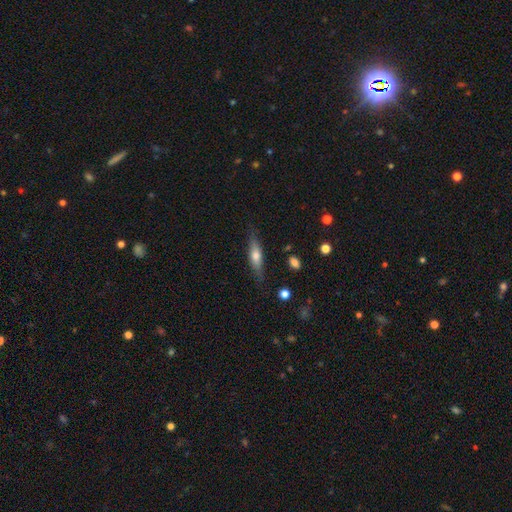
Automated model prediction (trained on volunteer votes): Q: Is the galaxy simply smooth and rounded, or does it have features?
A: smooth — 53%.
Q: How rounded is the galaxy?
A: cigar-shaped — 64%.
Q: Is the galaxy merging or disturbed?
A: none — 79%.